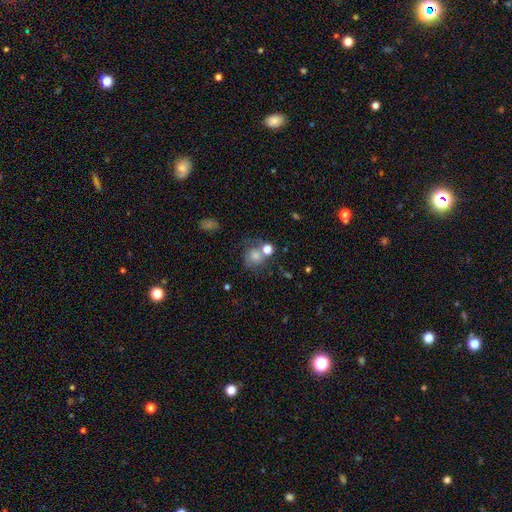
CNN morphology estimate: smooth_or_featured: smooth (p=0.67) [alt: featured or disk p=0.20]
how_rounded: round (p=0.77) [alt: in between p=0.22]
merging: none (p=0.44) [alt: merger p=0.27]